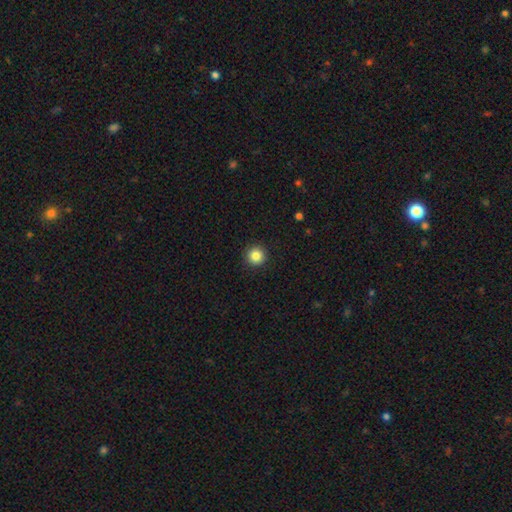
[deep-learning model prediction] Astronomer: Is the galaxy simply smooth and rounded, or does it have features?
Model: smooth — 85%.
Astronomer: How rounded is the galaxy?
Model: round — 96%.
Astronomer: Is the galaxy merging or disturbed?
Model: none — 93%.